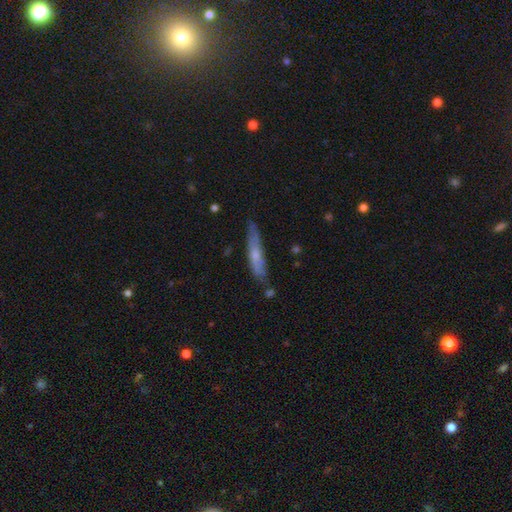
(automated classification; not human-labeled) Smooth or featured: smooth — 53% (featured or disk — 40%)
How rounded: cigar-shaped — 87% (in between — 11%)
Merging: none — 70% (minor disturbance — 22%)